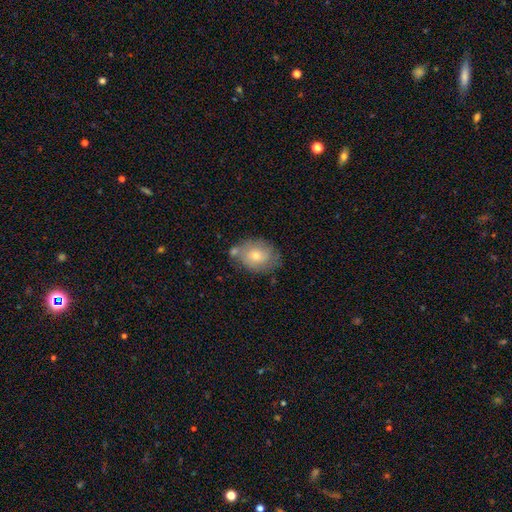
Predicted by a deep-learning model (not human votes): Q: Smooth or featured?
A: smooth (67%); runner-up: featured or disk (26%)
Q: How rounded?
A: in between (62%); runner-up: round (37%)
Q: Merging?
A: none (59%); runner-up: minor disturbance (22%)